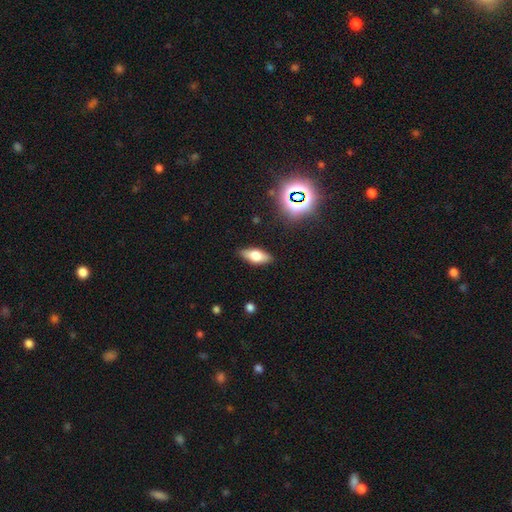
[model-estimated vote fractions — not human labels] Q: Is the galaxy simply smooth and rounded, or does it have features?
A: smooth — 61%.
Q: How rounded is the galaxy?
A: in between — 77%.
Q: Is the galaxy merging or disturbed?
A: none — 87%.